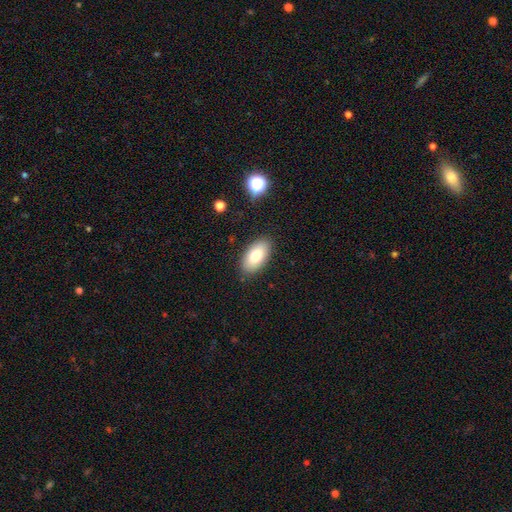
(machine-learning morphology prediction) This is likely a smooth galaxy (78%). How rounded: clearly in between (94%). Merging: clearly none (86%).